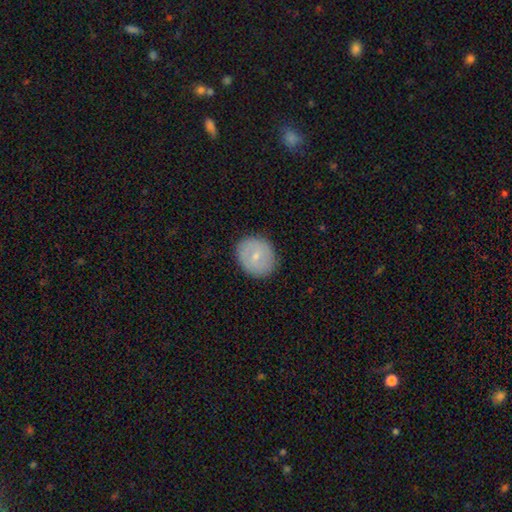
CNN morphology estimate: Overall: smooth (58%; featured or disk 34%). How rounded: round (70%). Merging: none (86%).